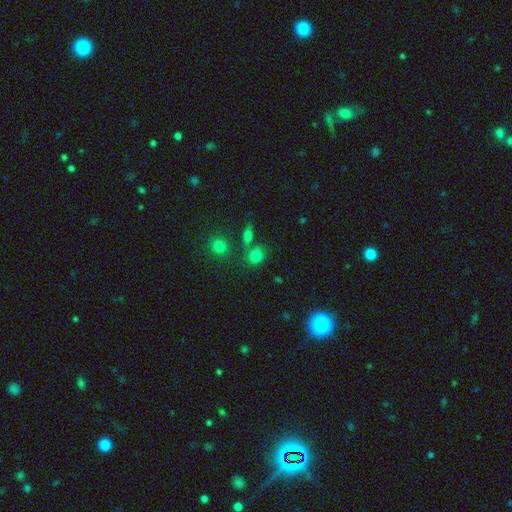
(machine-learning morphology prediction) smooth_or_featured: smooth (p=0.80) [alt: star or artifact p=0.14]
how_rounded: round (p=0.67) [alt: in between p=0.32]
merging: none (p=0.64) [alt: merger p=0.19]